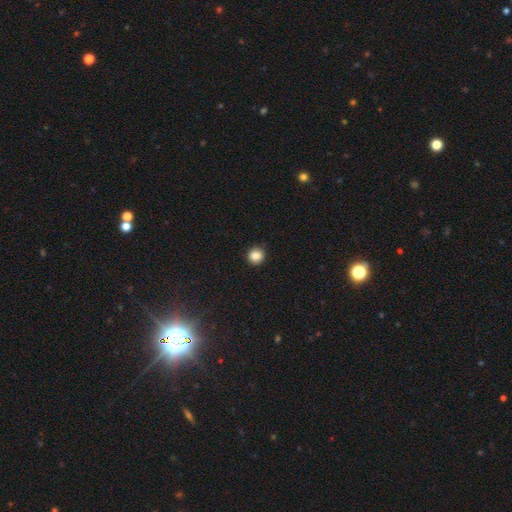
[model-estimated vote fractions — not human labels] Smooth or featured?
  - smooth: 86% *
  - star or artifact: 10%
  - featured or disk: 4%
How rounded?
  - round: 91% *
  - in between: 8%
  - cigar-shaped: 1%
Merging?
  - none: 92% *
  - minor disturbance: 6%
  - major disturbance: 2%
  - merger: 1%